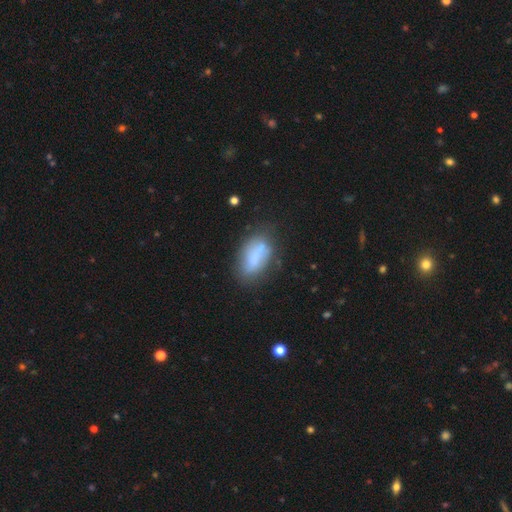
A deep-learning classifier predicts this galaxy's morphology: A smooth galaxy with no disk features (69%) that is in between round and cigar-shaped (86%). Merging: none (56%).